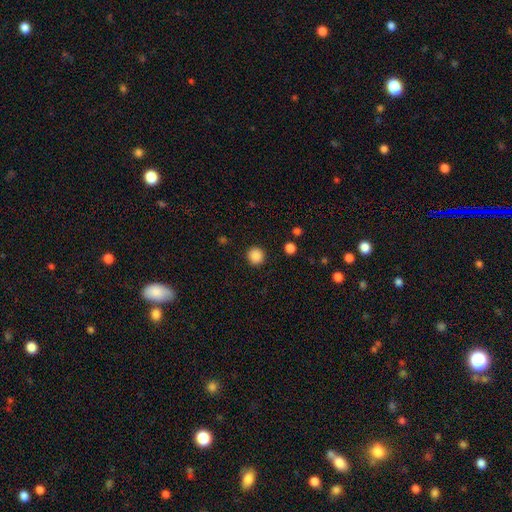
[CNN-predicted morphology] Overall: smooth (87%). How rounded: round (94%). Merging: none (91%).